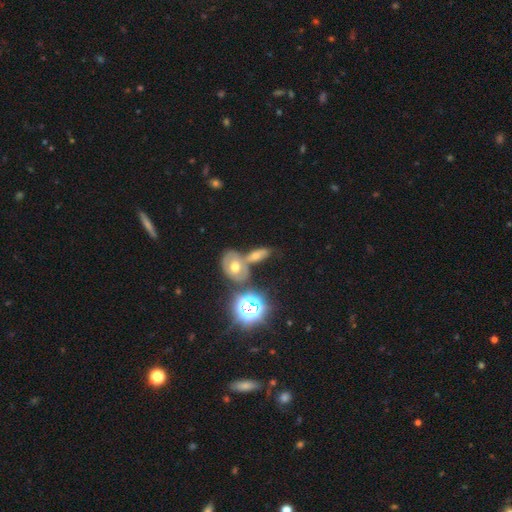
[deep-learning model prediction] Overall: smooth (41%; featured or disk 32%). Merging: none (44%; merger 38%).